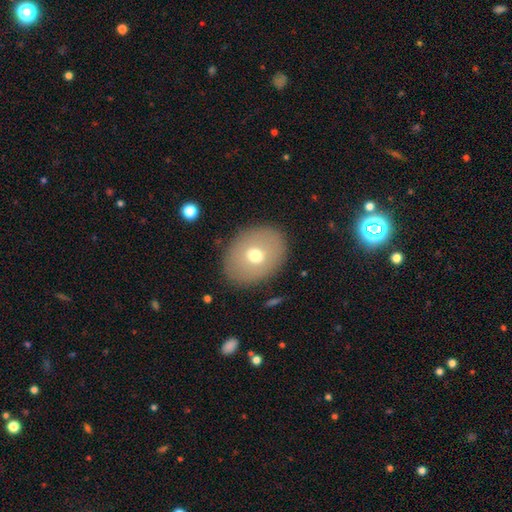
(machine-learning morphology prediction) This is likely a smooth galaxy (65%). How rounded: possibly in between (57%). Merging: clearly none (87%).